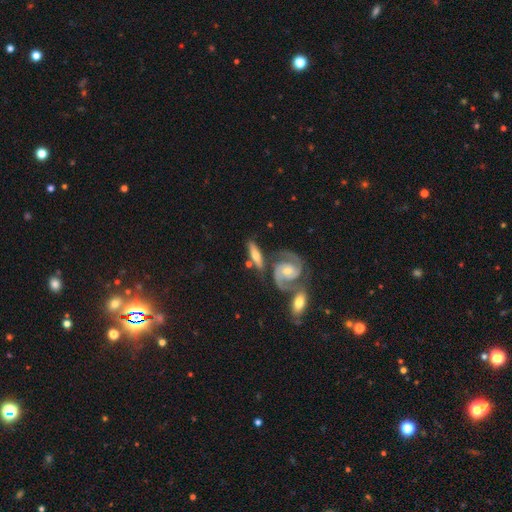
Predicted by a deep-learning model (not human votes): Q: Smooth or featured?
A: featured or disk (63%); runner-up: smooth (31%)
Q: Edge-on disk?
A: no (68%); runner-up: yes (32%)
Q: Merging?
A: none (57%); runner-up: merger (22%)